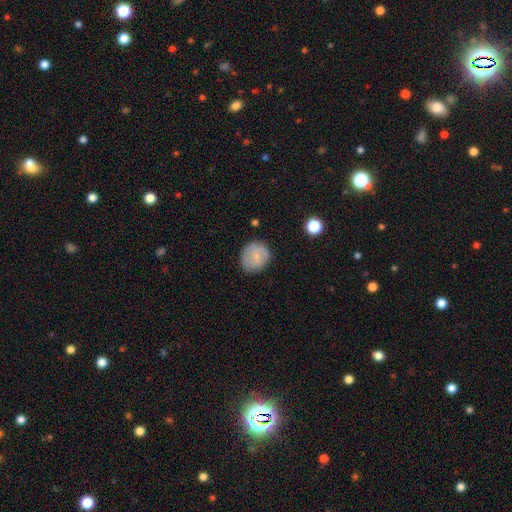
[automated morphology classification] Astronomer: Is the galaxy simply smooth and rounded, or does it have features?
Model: smooth — 70%.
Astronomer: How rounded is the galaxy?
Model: round — 84%.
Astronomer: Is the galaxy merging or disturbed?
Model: none — 80%.